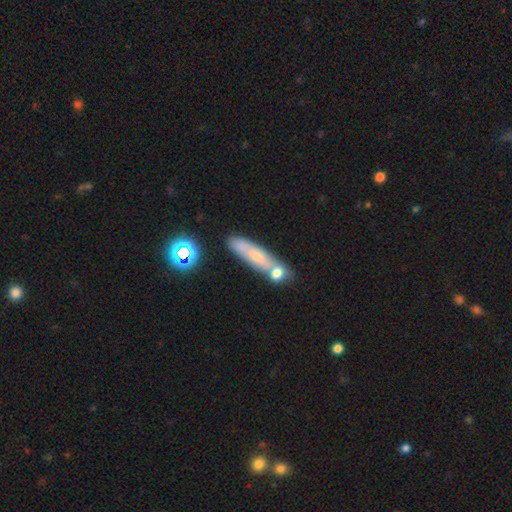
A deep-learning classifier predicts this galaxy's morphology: Q: Smooth or featured?
A: smooth (54%); runner-up: featured or disk (32%)
Q: How rounded?
A: cigar-shaped (71%); runner-up: in between (23%)
Q: Merging?
A: none (53%); runner-up: merger (26%)